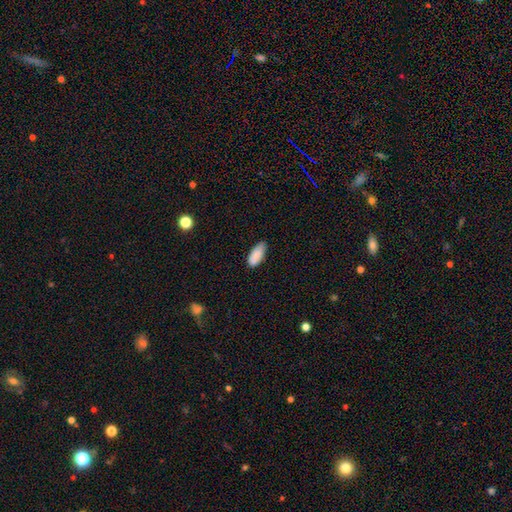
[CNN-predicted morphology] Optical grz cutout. It shows a smooth galaxy with no disk features (87%) that is in between round and cigar-shaped (87%). Merging: none (70%).